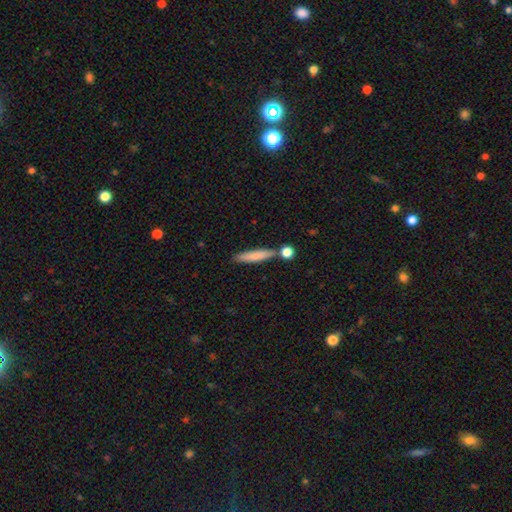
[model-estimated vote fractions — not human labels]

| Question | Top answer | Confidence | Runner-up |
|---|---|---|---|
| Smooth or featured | smooth | 79% | featured or disk (15%) |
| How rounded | cigar-shaped | 88% | in between (10%) |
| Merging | none | 77% | minor disturbance (11%) |